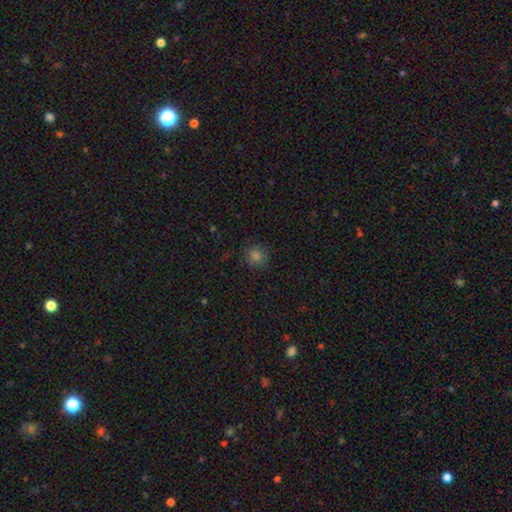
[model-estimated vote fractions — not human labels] smooth 76%, star or artifact 19%, featured or disk 5%. Down the decision tree: how rounded — round (92%); merging — none (88%).